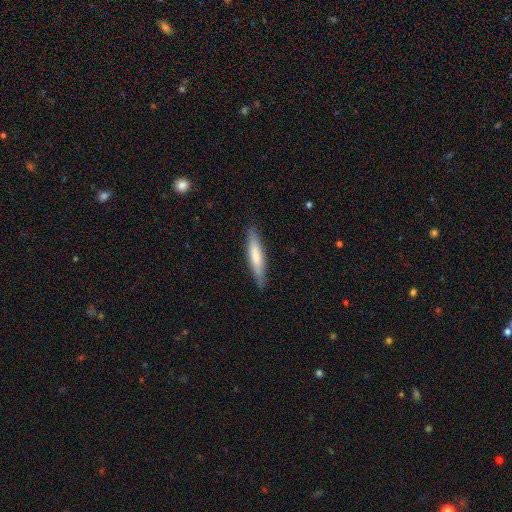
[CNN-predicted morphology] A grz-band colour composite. It shows a smooth galaxy with no disk features (66%) that is cigar-shaped (89%). Merging: none (87%).